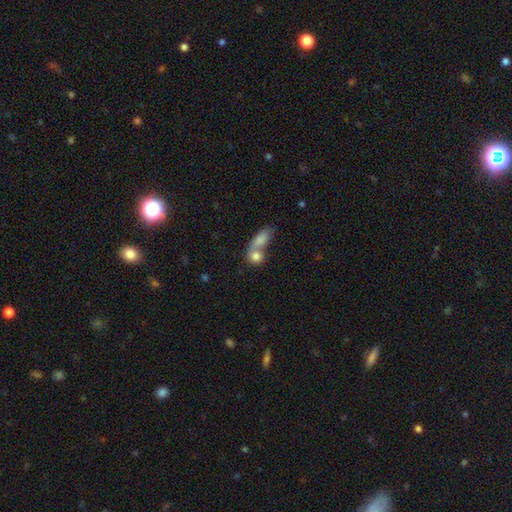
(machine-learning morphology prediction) Smooth or featured?
  - smooth: 80% *
  - featured or disk: 13%
  - star or artifact: 8%
How rounded?
  - in between: 47% *
  - round: 45%
  - cigar-shaped: 8%
Merging?
  - merger: 60% *
  - none: 26%
  - minor disturbance: 7%
  - major disturbance: 6%